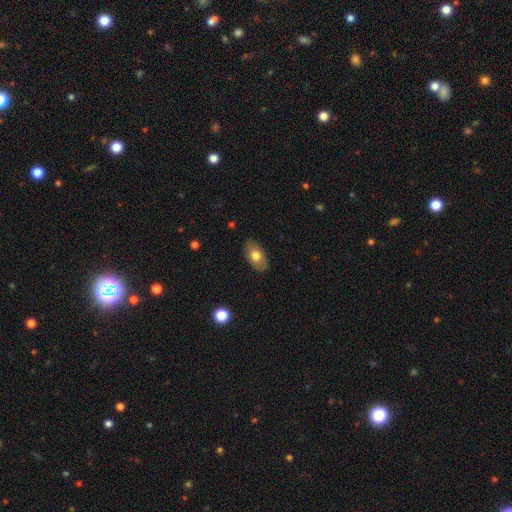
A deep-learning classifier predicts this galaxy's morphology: The model was most divided on "smooth or featured": smooth: 70%, featured or disk: 24%, star or artifact: 7%. More confident: how rounded — in between (92%); merging — none (83%).